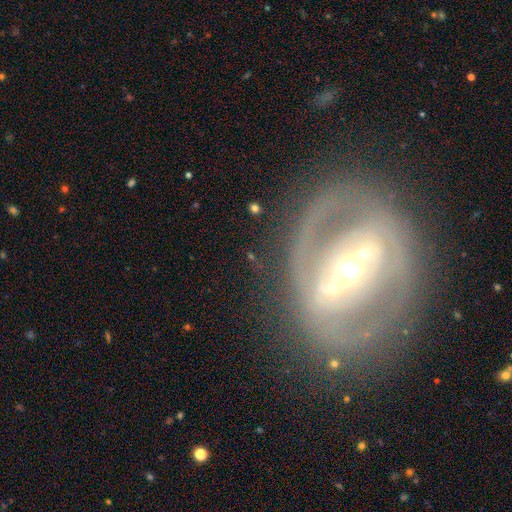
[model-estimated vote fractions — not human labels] Morphology: type=featured or disk (78%); edge-on=no (89%); bar=strong (60%); spiral arms=yes (57%); bulge=moderate (58%); merging=none (66%).